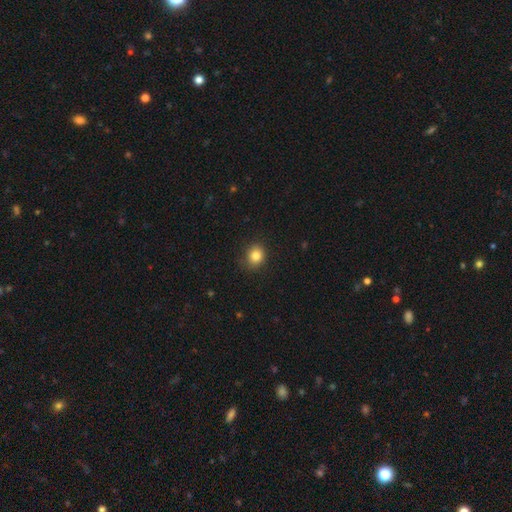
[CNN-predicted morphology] smooth-or-featured: smooth: 84% | star or artifact: 11% | featured or disk: 6%
  how-rounded: round: 72% | in between: 27% | cigar-shaped: 1%
  merging: none: 86% | minor disturbance: 11% | major disturbance: 3% | merger: 1%